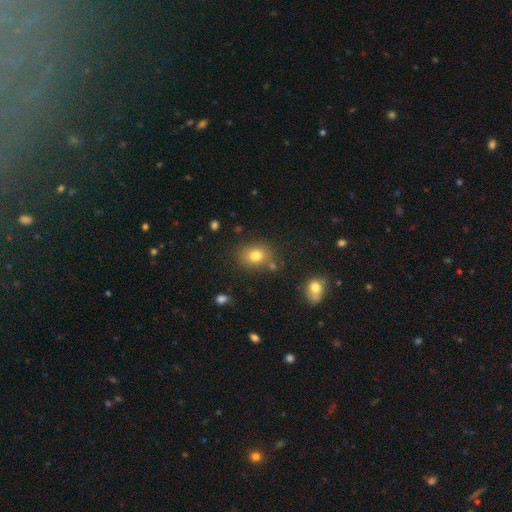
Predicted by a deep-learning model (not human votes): A smooth galaxy with no disk features (78%) that is in between round and cigar-shaped (50%).

Vote fractions:
- Smooth or featured? smooth: 78% / star or artifact: 12% / featured or disk: 10%
- How rounded? in between: 50% / round: 49% / cigar-shaped: 1%
- Merging? none: 76% / minor disturbance: 13% / merger: 7% / major disturbance: 4%